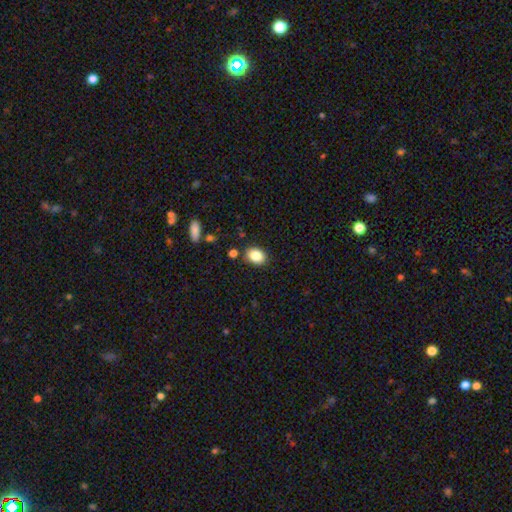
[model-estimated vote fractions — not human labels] smooth_or_featured: smooth (p=0.86) [alt: star or artifact p=0.09]
how_rounded: in between (p=0.69) [alt: round p=0.30]
merging: none (p=0.84) [alt: minor disturbance p=0.10]